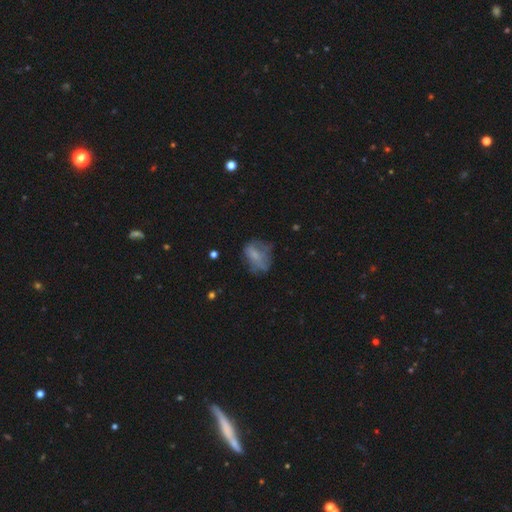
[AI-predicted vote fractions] The model was most divided on "merging": none: 42%, minor disturbance: 28%, major disturbance: 27%, merger: 3%. More confident: how rounded — in between (69%); smooth or featured — smooth (55%).